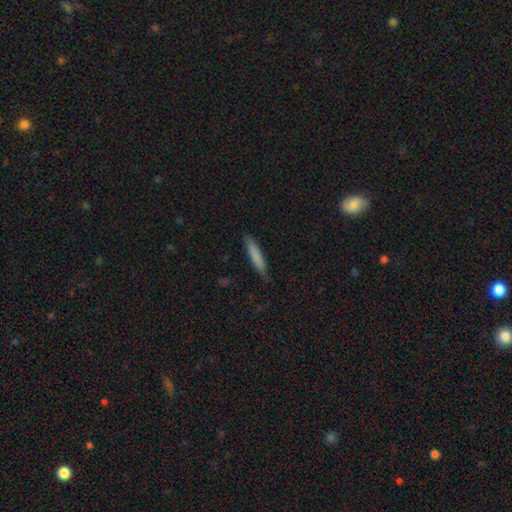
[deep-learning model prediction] Q: Smooth or featured?
A: smooth (79%); runner-up: featured or disk (15%)
Q: How rounded?
A: cigar-shaped (89%); runner-up: in between (10%)
Q: Merging?
A: none (82%); runner-up: minor disturbance (14%)